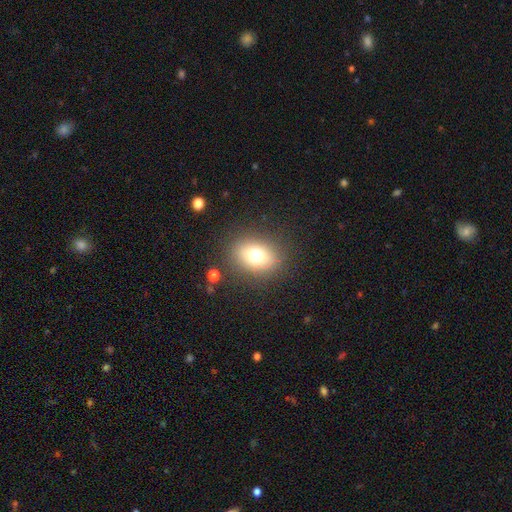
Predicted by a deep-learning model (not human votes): smooth 73%, featured or disk 14%, star or artifact 13%. Down the decision tree: how rounded — in between (61%); merging — none (84%).